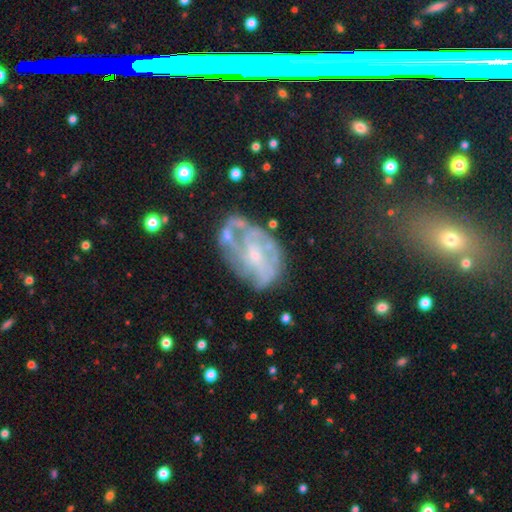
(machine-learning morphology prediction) Smooth or featured: featured or disk — 74% (smooth — 16%)
Edge-on disk: no — 96% (yes — 4%)
Bar: no — 59% (weak — 32%)
Spiral arms: yes — 68% (no — 32%)
Bulge size: small — 66% (moderate — 23%)
Merging: none — 48% (minor disturbance — 26%)